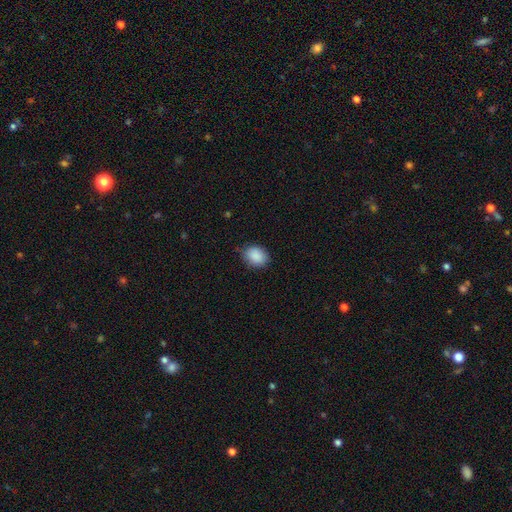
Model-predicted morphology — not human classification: Smooth or featured?
  - smooth: 89% *
  - star or artifact: 7%
  - featured or disk: 4%
How rounded?
  - in between: 62% *
  - round: 38%
  - cigar-shaped: 1%
Merging?
  - none: 79% *
  - minor disturbance: 17%
  - major disturbance: 3%
  - merger: 1%